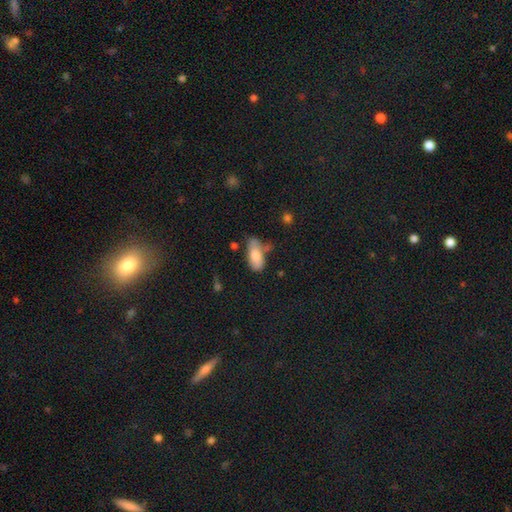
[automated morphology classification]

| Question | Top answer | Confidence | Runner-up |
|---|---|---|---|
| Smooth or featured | smooth | 78% | featured or disk (14%) |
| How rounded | in between | 89% | cigar-shaped (9%) |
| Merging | none | 46% | minor disturbance (30%) |